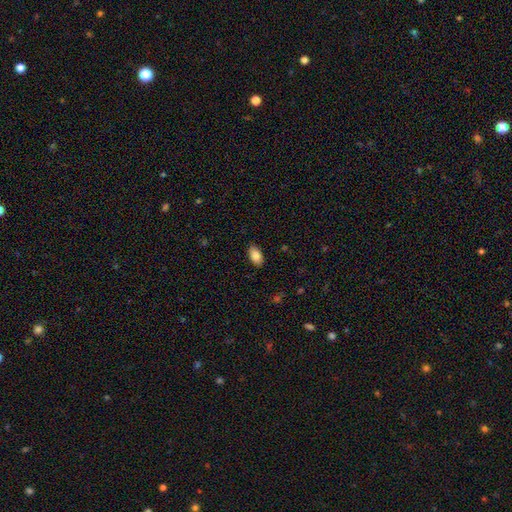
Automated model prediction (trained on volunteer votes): Smooth or featured: smooth — 85% (featured or disk — 8%)
How rounded: in between — 94% (round — 4%)
Merging: none — 88% (minor disturbance — 9%)